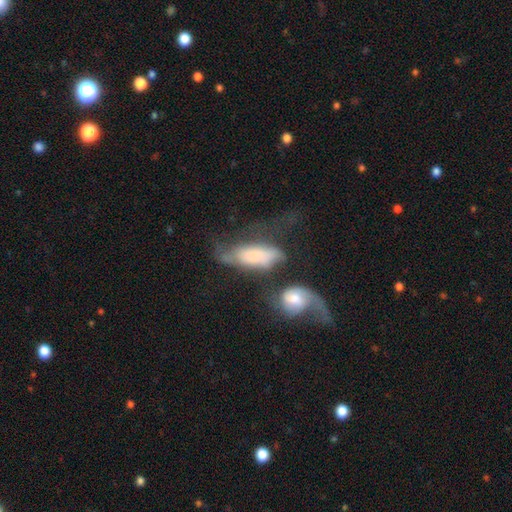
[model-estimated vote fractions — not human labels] A smooth galaxy with no disk features (55%) that is in between round and cigar-shaped (79%). Merging: merger (47%).